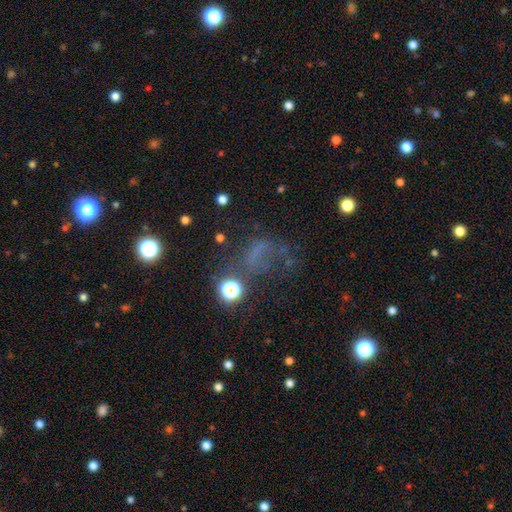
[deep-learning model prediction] This is marginally a star or artifact rather than a galaxy (37%).